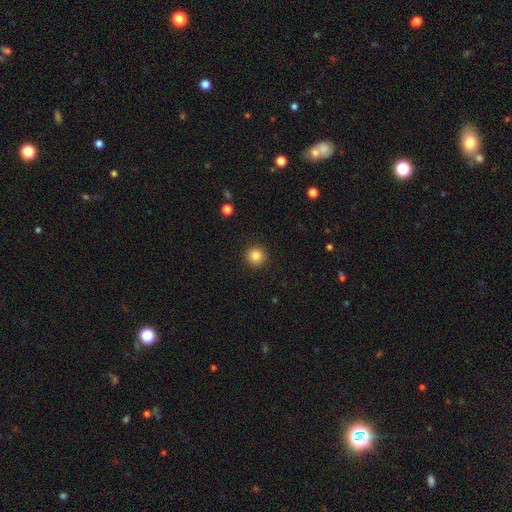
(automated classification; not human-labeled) Smooth or featured?
  - smooth: 84% *
  - star or artifact: 10%
  - featured or disk: 5%
How rounded?
  - round: 95% *
  - in between: 4%
  - cigar-shaped: 1%
Merging?
  - none: 93% *
  - minor disturbance: 5%
  - major disturbance: 2%
  - merger: 1%